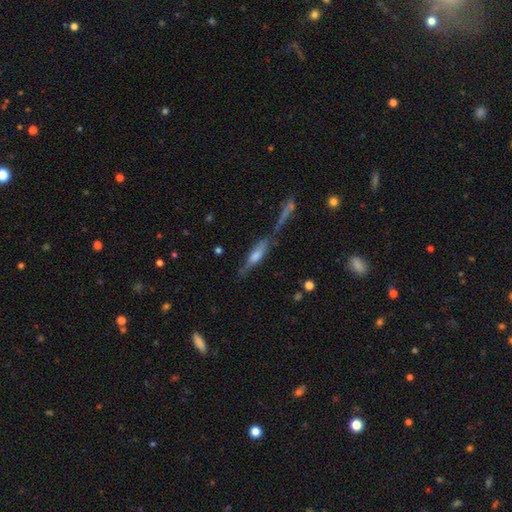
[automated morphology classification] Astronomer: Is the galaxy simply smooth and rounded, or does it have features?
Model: featured or disk — 46% (runner-up: smooth, 45%).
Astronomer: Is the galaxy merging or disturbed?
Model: none — 43% (runner-up: merger, 30%).